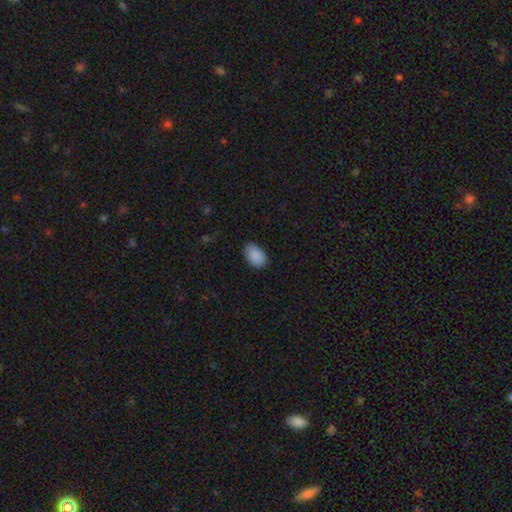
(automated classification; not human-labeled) A smooth galaxy with no disk features (90%) that is in between round and cigar-shaped (92%).

Vote fractions:
- Smooth or featured? smooth: 90% / star or artifact: 7% / featured or disk: 3%
- How rounded? in between: 92% / round: 7% / cigar-shaped: 1%
- Merging? none: 83% / minor disturbance: 14% / major disturbance: 2% / merger: 1%